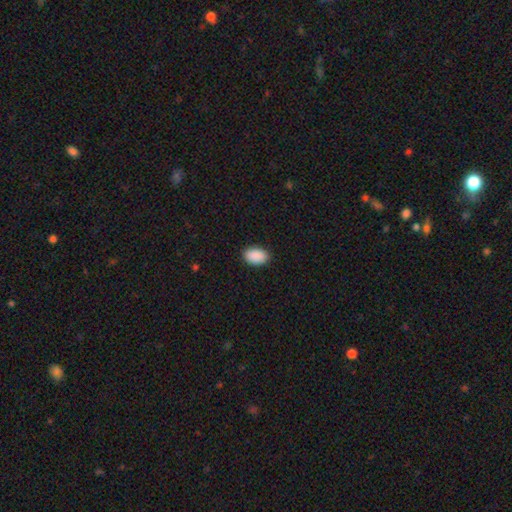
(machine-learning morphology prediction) Q: Smooth or featured?
A: smooth (91%); runner-up: star or artifact (7%)
Q: How rounded?
A: in between (91%); runner-up: round (8%)
Q: Merging?
A: none (90%); runner-up: minor disturbance (8%)